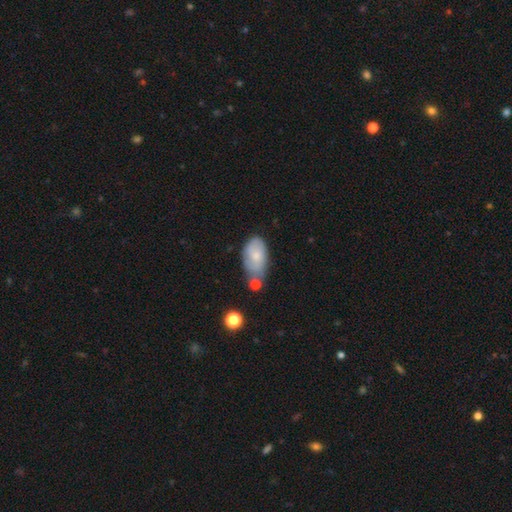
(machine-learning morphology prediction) Smooth or featured: smooth — 61% (featured or disk — 32%)
How rounded: in between — 92% (round — 5%)
Merging: none — 42% (minor disturbance — 32%)